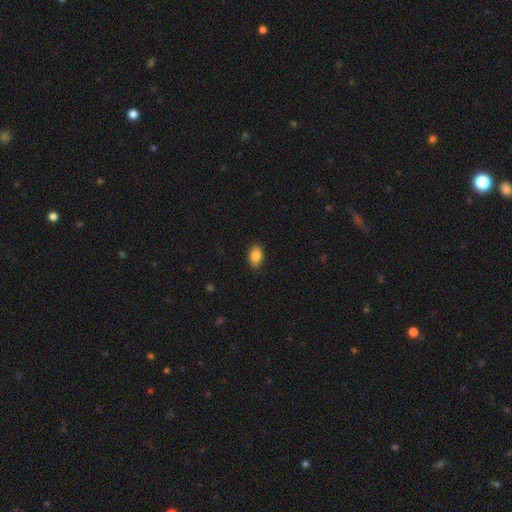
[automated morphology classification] Smooth or featured: smooth — 87% (star or artifact — 8%)
How rounded: in between — 81% (round — 18%)
Merging: none — 87% (minor disturbance — 9%)